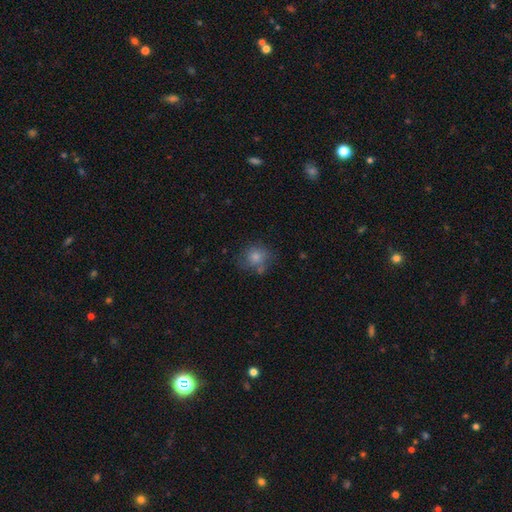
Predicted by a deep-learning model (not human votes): A smooth galaxy with no disk features (67%) that is round (81%).

Vote fractions:
- Smooth or featured? smooth: 67% / star or artifact: 18% / featured or disk: 15%
- How rounded? round: 81% / in between: 18% / cigar-shaped: 1%
- Merging? none: 68% / minor disturbance: 18% / merger: 8% / major disturbance: 6%